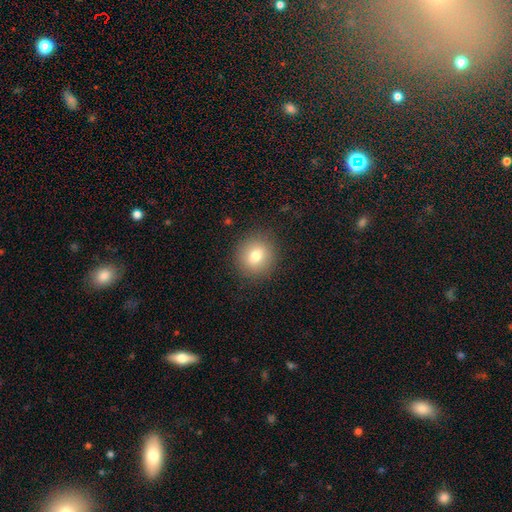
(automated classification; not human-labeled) smooth 78%, featured or disk 12%, star or artifact 11%. Down the decision tree: how rounded — round (88%); merging — none (89%).